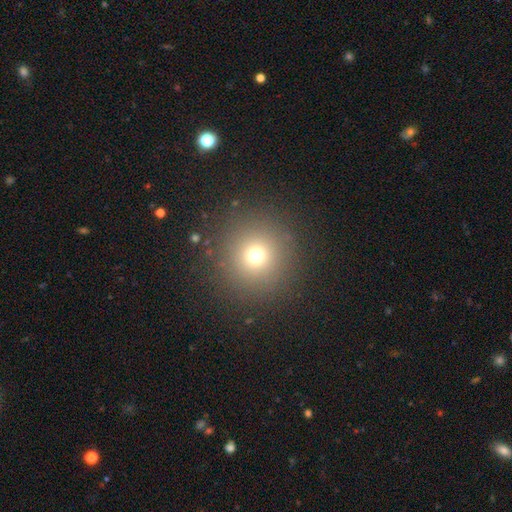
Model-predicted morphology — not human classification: Q: Smooth or featured?
A: smooth (71%); runner-up: star or artifact (20%)
Q: How rounded?
A: round (95%); runner-up: in between (4%)
Q: Merging?
A: none (89%); runner-up: minor disturbance (6%)